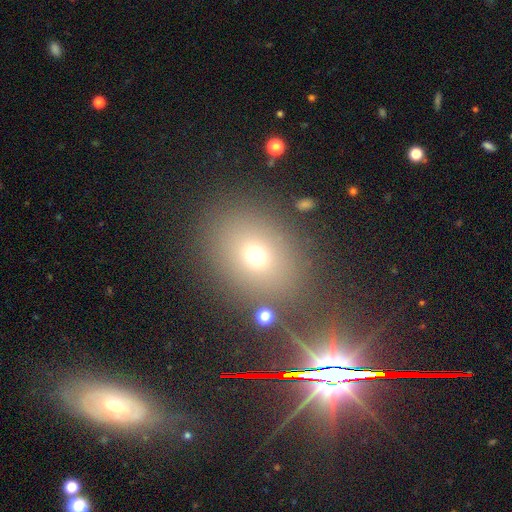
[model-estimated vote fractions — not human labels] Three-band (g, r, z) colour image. It shows a smooth galaxy with no disk features (59%) that is round (55%). Merging: none (83%).